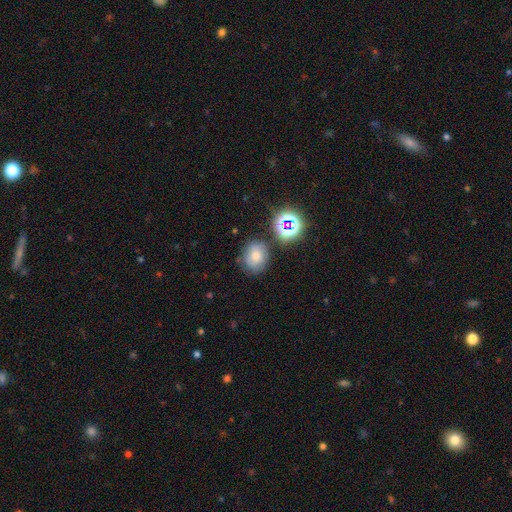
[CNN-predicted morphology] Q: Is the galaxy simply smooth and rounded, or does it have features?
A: smooth — 53%.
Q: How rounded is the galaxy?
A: round — 62%.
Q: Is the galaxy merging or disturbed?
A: none — 73%.